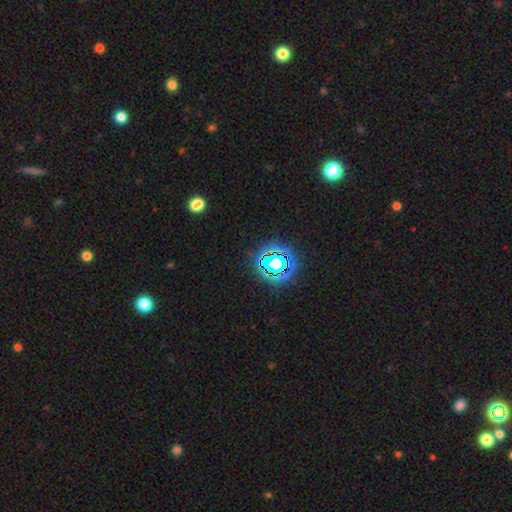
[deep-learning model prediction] Smooth or featured: star or artifact — 79% (smooth — 14%)